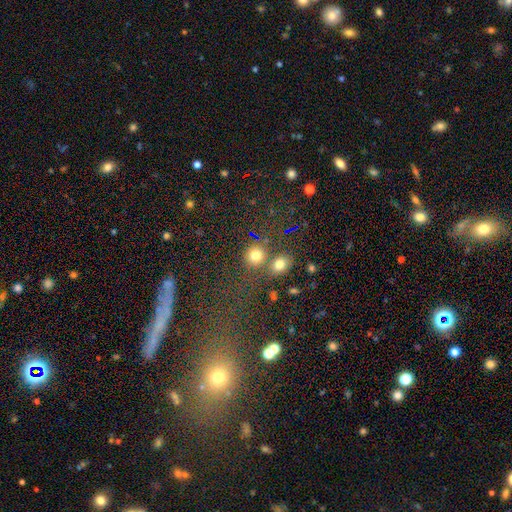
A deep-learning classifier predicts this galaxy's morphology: Overall: smooth (76%). How rounded: round (83%). Merging: none (61%; merger 27%).